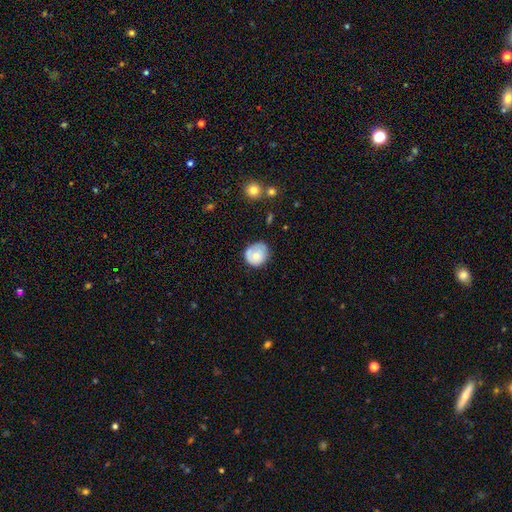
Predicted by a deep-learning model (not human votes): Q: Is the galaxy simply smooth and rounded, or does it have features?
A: smooth — 65%.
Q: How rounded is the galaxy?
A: round — 74%.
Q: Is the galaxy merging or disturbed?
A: none — 61%.